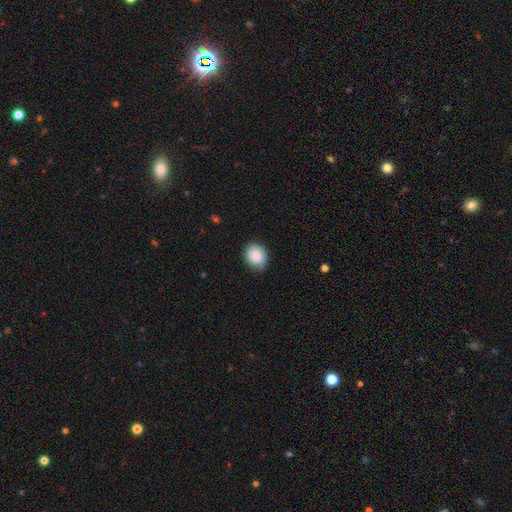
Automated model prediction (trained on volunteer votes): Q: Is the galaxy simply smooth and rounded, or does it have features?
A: smooth — 87%.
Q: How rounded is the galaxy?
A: round — 60%.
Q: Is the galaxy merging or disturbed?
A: none — 80%.